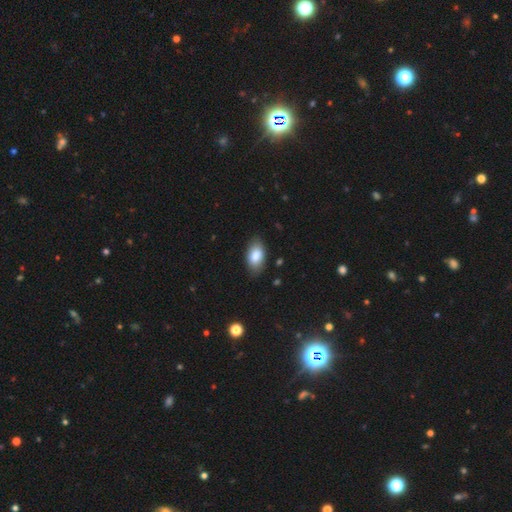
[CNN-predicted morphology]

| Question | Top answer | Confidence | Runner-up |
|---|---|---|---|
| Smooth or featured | smooth | 85% | featured or disk (8%) |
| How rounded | in between | 93% | round (4%) |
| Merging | none | 84% | minor disturbance (13%) |